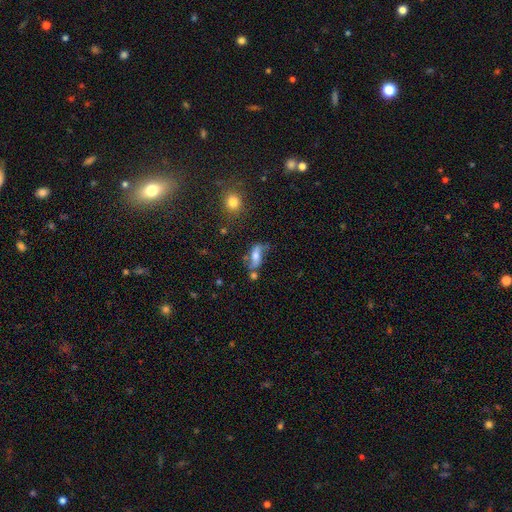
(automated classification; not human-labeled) smooth-or-featured: featured or disk: 54% | smooth: 35% | star or artifact: 10%
  disk-edge-on: no: 83% | yes: 17%
  merging: none: 48% | minor disturbance: 23% | major disturbance: 15% | merger: 15%